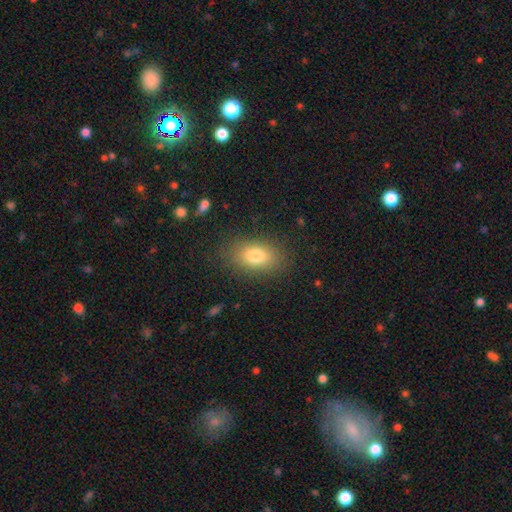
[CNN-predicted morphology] Smooth or featured?
  - smooth: 79% *
  - featured or disk: 11%
  - star or artifact: 9%
How rounded?
  - in between: 87% *
  - round: 10%
  - cigar-shaped: 3%
Merging?
  - none: 85% *
  - minor disturbance: 10%
  - major disturbance: 4%
  - merger: 1%